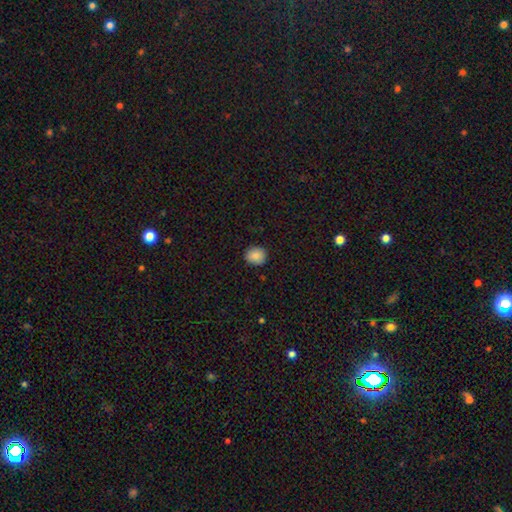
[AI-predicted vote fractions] A smooth galaxy with no disk features (86%) that is round (80%).

Vote fractions:
- Smooth or featured? smooth: 86% / star or artifact: 9% / featured or disk: 5%
- How rounded? round: 80% / in between: 19% / cigar-shaped: 1%
- Merging? none: 89% / minor disturbance: 8% / major disturbance: 2% / merger: 1%